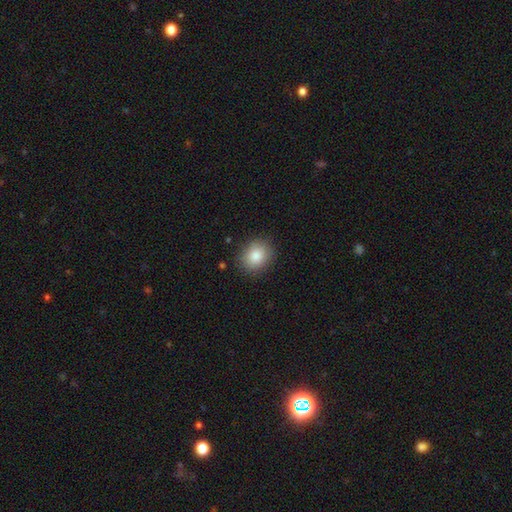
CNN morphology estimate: Q: Smooth or featured?
A: smooth (85%); runner-up: star or artifact (9%)
Q: How rounded?
A: round (66%); runner-up: in between (33%)
Q: Merging?
A: none (86%); runner-up: minor disturbance (10%)